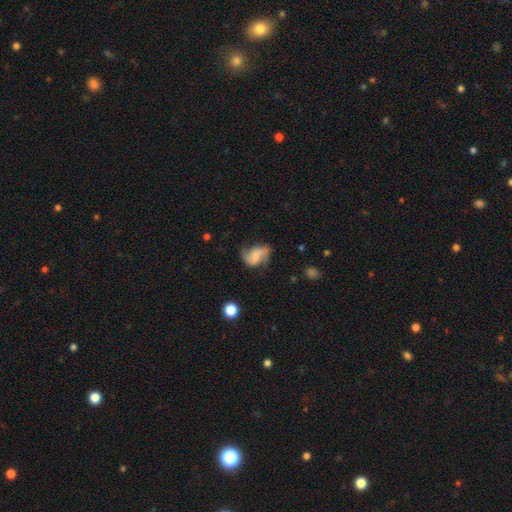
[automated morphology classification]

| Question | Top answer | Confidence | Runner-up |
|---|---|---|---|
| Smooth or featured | featured or disk | 63% | smooth (29%) |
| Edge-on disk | no | 97% | yes (3%) |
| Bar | no | 53% | weak (37%) |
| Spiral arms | yes | 90% | no (10%) |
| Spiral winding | loose | 51% | medium (36%) |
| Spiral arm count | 2 | 86% | can't tell (6%) |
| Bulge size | small | 48% | moderate (34%) |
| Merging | none | 56% | minor disturbance (28%) |